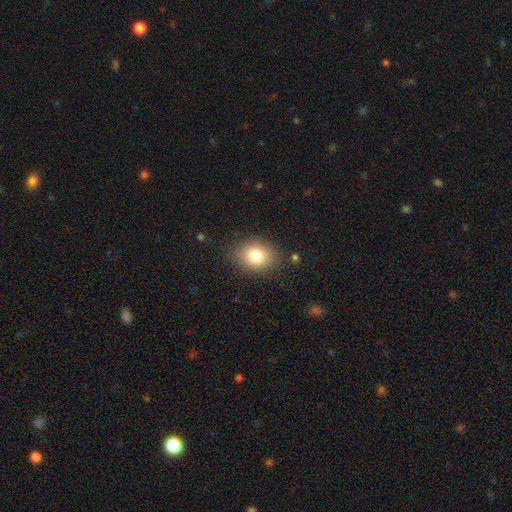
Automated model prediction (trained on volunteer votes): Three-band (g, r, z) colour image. It shows a smooth galaxy with no disk features (81%) that is round (51%). Merging: none (85%).